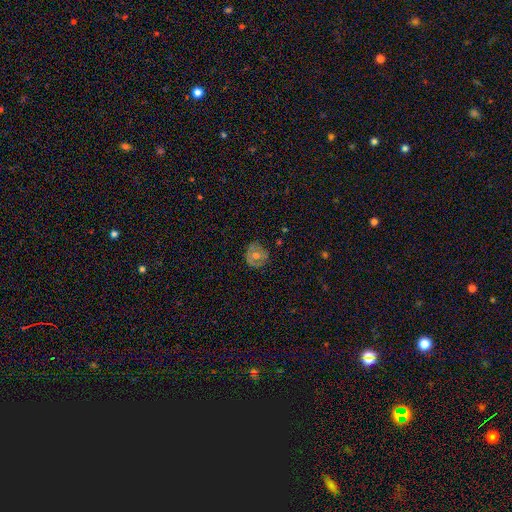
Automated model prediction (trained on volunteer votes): Smooth or featured? Predicted: smooth (p=0.45, tied with featured or disk). Merging? Predicted: none (p=0.76).